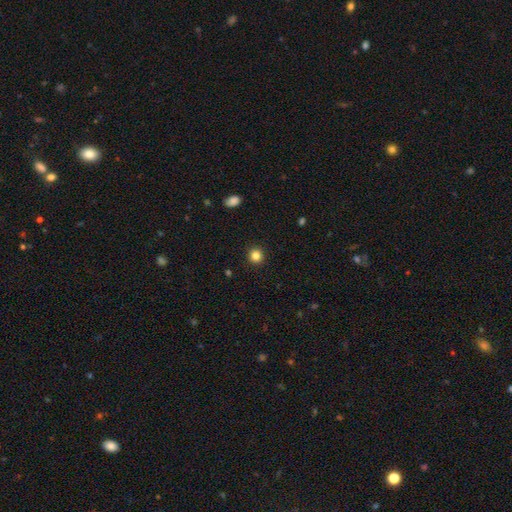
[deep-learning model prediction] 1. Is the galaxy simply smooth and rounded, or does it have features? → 84% smooth, 12% star or artifact, 4% featured or disk.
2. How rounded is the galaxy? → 93% round, 6% in between, 1% cigar-shaped.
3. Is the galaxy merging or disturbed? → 92% none, 5% minor disturbance, 2% major disturbance, 1% merger.